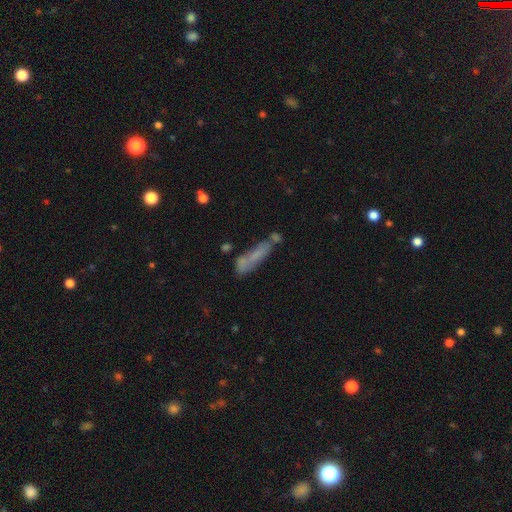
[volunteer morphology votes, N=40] Volunteers were most divided on "smooth or featured": smooth: 50%, featured or disk: 45%, star or artifact: 5%. Remaining: how rounded — cigar-shaped (75%); merging — merger (47%).